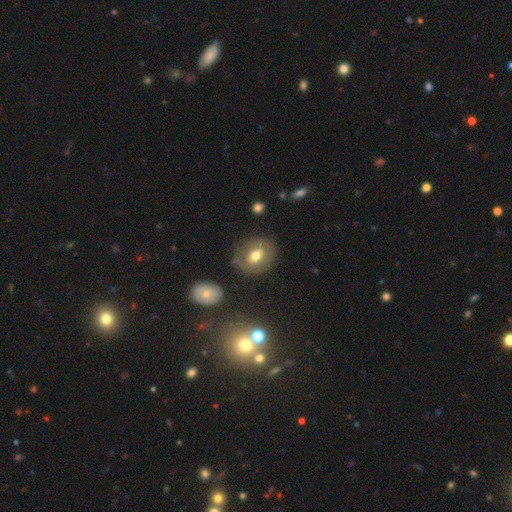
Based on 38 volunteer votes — A smooth galaxy with no disk features (63%) that is in between round and cigar-shaped (62%). Merging: none (65%).